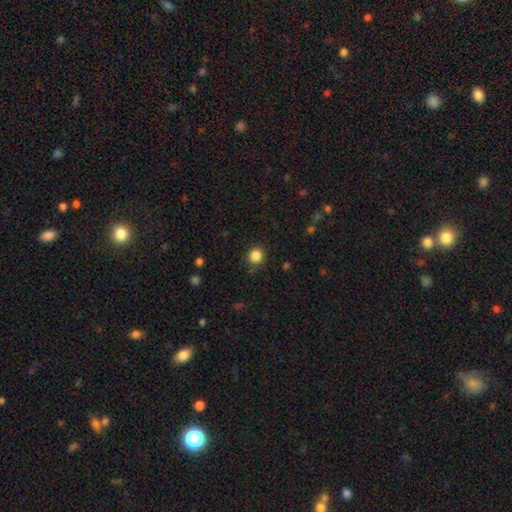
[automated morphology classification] Overall: smooth (85%). How rounded: round (89%). Merging: none (84%).